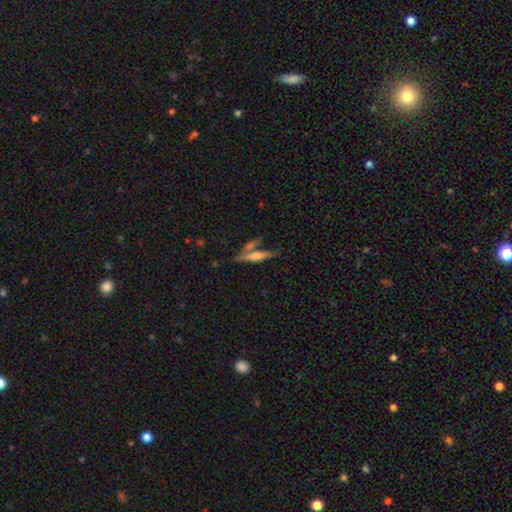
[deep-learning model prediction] The model was most divided on "smooth or featured": smooth: 53%, featured or disk: 38%, star or artifact: 8%. More confident: how rounded — cigar-shaped (78%); merging — none (54%).